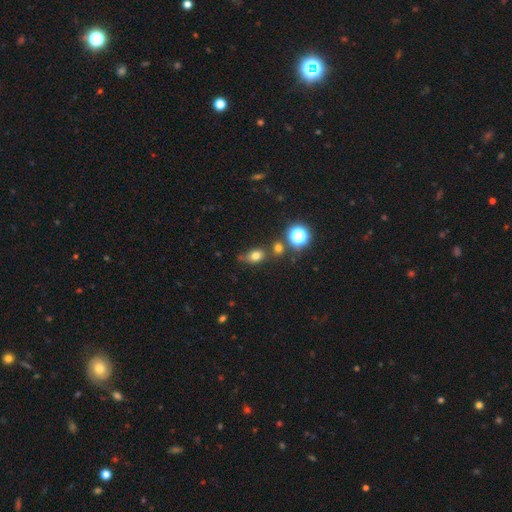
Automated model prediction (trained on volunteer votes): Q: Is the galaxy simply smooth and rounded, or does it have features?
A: smooth — 73%.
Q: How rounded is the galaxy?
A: in between — 63%.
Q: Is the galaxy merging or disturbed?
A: none — 61%.